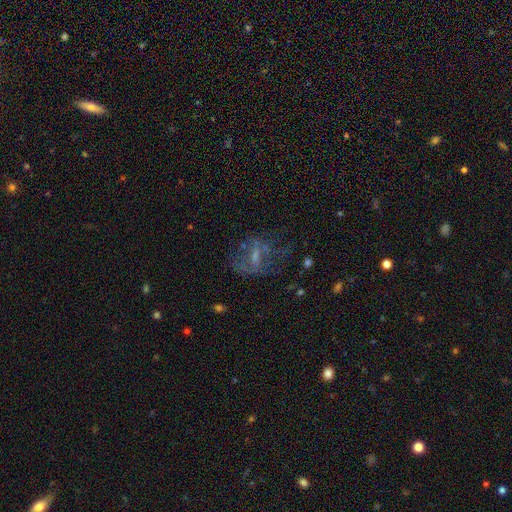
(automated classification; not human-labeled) Morphology: type=featured or disk (55%); edge-on=no (95%); bar=no (47%); spiral arms=no (67%); bulge=small (39%); merging=none (43%).